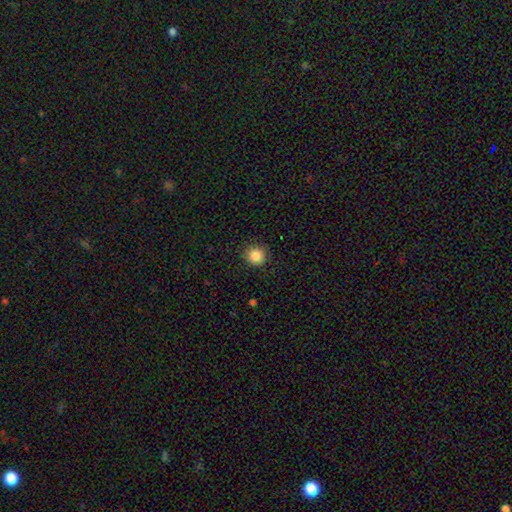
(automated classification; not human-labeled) Smooth or featured?
  - smooth: 86% *
  - star or artifact: 10%
  - featured or disk: 4%
How rounded?
  - round: 94% *
  - in between: 5%
  - cigar-shaped: 1%
Merging?
  - none: 89% *
  - minor disturbance: 7%
  - major disturbance: 2%
  - merger: 1%